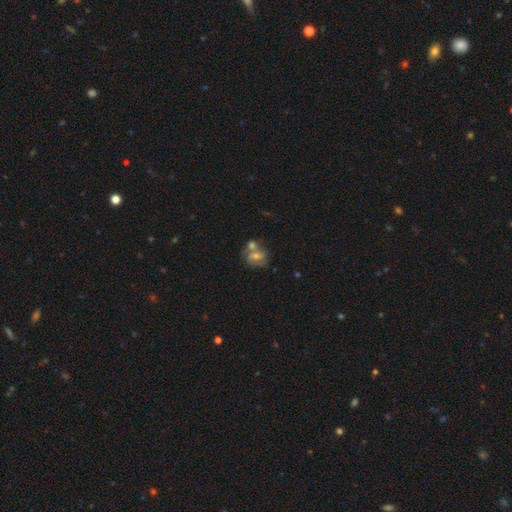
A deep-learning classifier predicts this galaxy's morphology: type=featured or disk (45%); merging=none (42%).